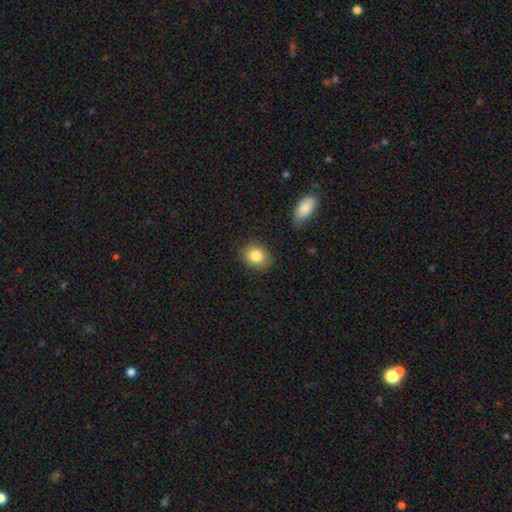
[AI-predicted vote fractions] The model was most divided on "how rounded": round: 53%, in between: 46%, cigar-shaped: 1%. More confident: merging — none (85%); smooth or featured — smooth (85%).